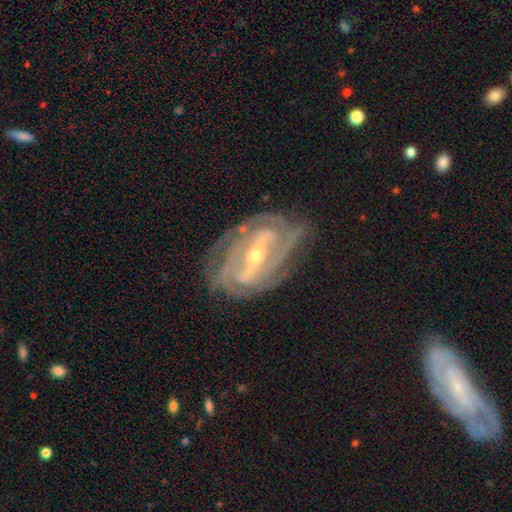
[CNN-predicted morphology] Smooth or featured? Predicted: featured or disk (p=0.90). Edge-on disk? Predicted: no (p=0.95). Bar? Predicted: strong (p=0.68). Spiral arms? Predicted: yes (p=0.96). Spiral winding? Predicted: tight (p=0.66). Spiral arm count? Predicted: 2 (p=0.30). Bulge size? Predicted: small (p=0.52). Merging? Predicted: none (p=0.74).